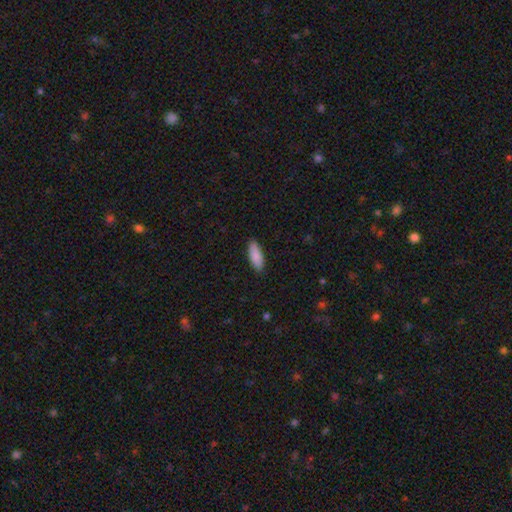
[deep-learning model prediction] Q: Smooth or featured?
A: smooth (88%); runner-up: featured or disk (6%)
Q: How rounded?
A: in between (71%); runner-up: cigar-shaped (28%)
Q: Merging?
A: none (88%); runner-up: minor disturbance (9%)